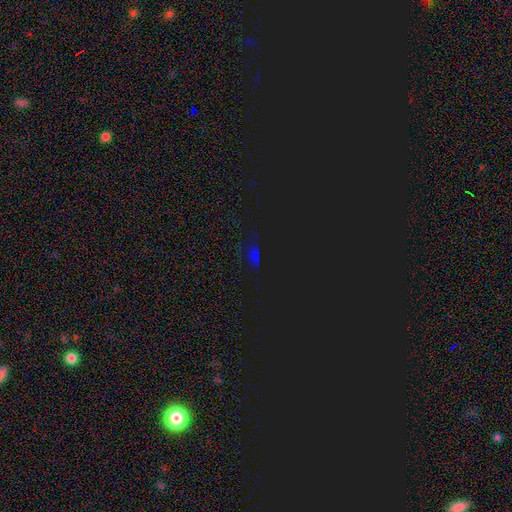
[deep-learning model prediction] star or artifact 71%, smooth 22%, featured or disk 6%.